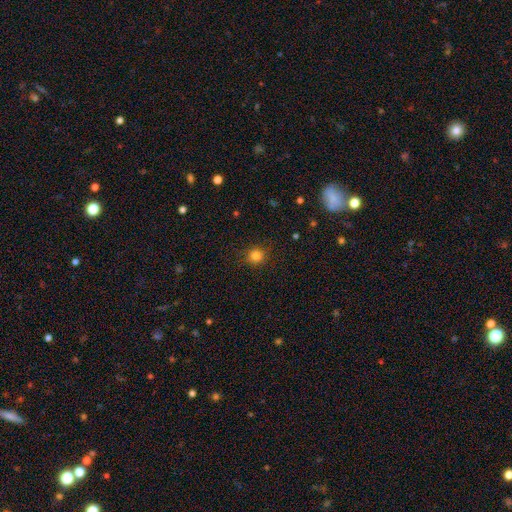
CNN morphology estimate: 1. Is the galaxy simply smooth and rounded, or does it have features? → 83% smooth, 13% star or artifact, 5% featured or disk.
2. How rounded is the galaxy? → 88% round, 11% in between, 1% cigar-shaped.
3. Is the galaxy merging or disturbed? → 87% none, 9% minor disturbance, 3% major disturbance, 1% merger.